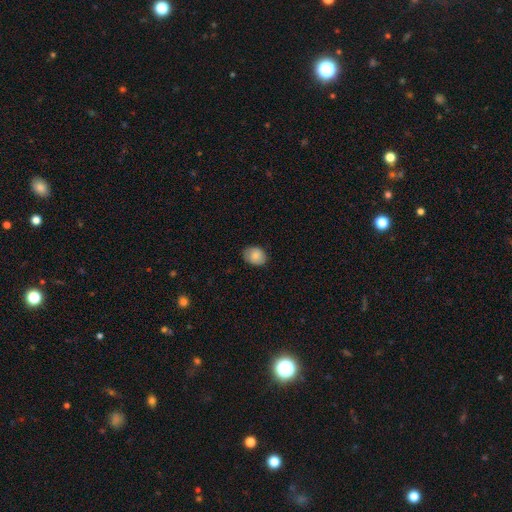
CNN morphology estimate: smooth-or-featured: smooth: 84% | featured or disk: 9% | star or artifact: 7%
  how-rounded: in between: 61% | round: 38% | cigar-shaped: 1%
  merging: none: 82% | minor disturbance: 15% | major disturbance: 3% | merger: 1%